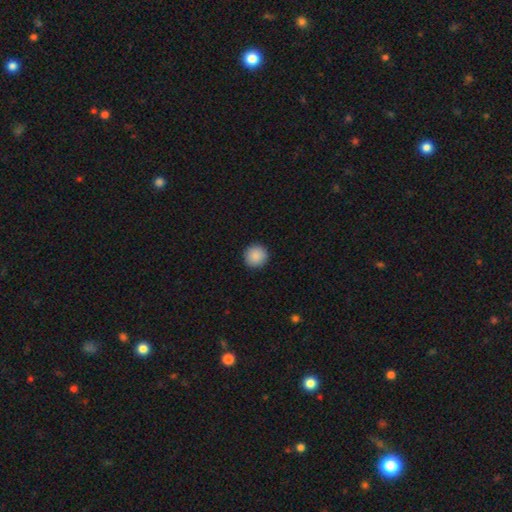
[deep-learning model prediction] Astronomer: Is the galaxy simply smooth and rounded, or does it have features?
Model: smooth — 89%.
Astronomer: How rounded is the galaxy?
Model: round — 94%.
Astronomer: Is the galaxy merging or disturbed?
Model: none — 93%.